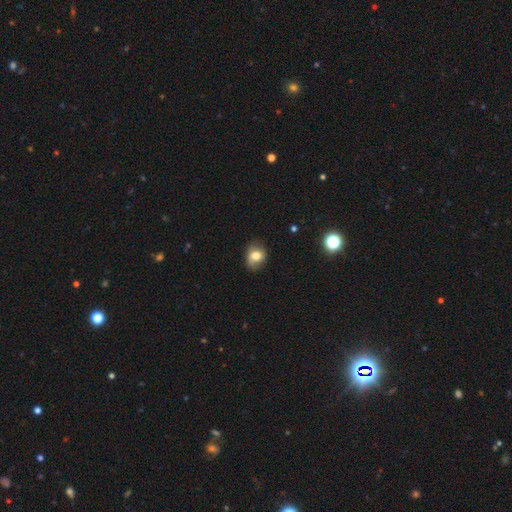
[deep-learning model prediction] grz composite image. It shows a smooth galaxy with no disk features (75%) that is in between round and cigar-shaped (52%). Merging: none (70%).